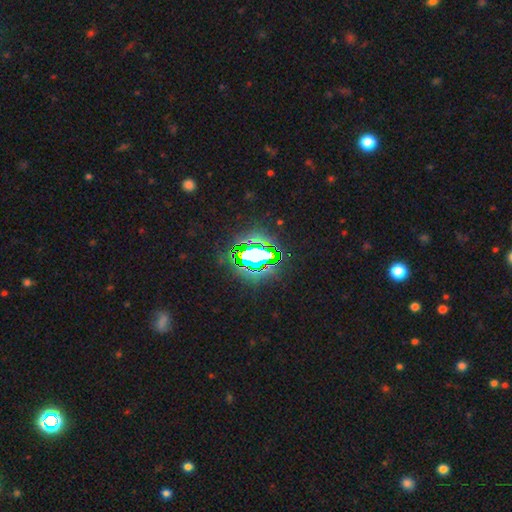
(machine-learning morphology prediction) Smooth or featured? star or artifact (74%)